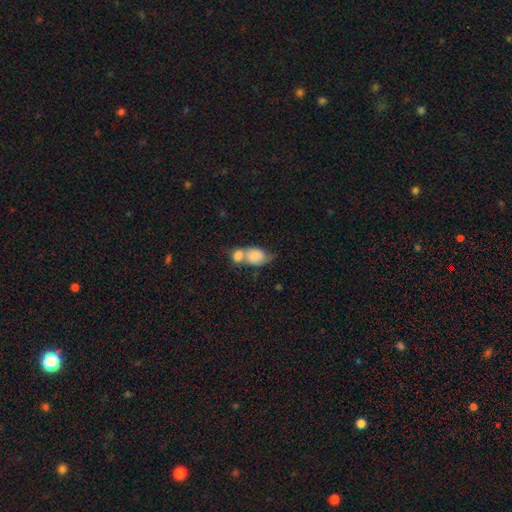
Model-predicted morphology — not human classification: A smooth galaxy with no disk features (79%) that is in between round and cigar-shaped (72%).

Vote fractions:
- Smooth or featured? smooth: 79% / featured or disk: 14% / star or artifact: 7%
- How rounded? in between: 72% / round: 26% / cigar-shaped: 2%
- Merging? merger: 71% / none: 15% / minor disturbance: 8% / major disturbance: 6%